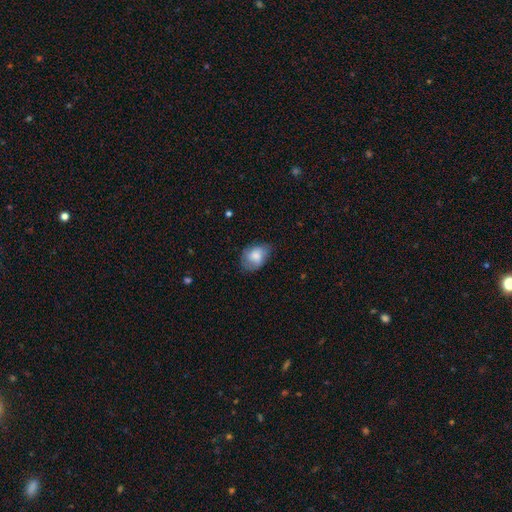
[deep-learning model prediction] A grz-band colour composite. It shows a smooth galaxy with no disk features (74%) that is in between round and cigar-shaped (77%). Merging: none (56%).